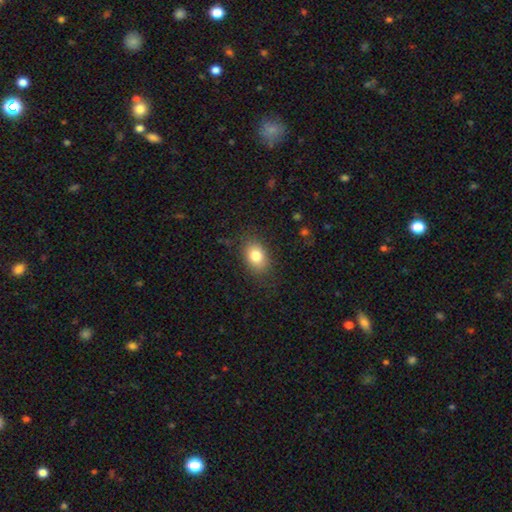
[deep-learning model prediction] This appears to be a smooth galaxy with no disk features (81%) that is in between round and cigar-shaped (77%). Merging: none (83%).